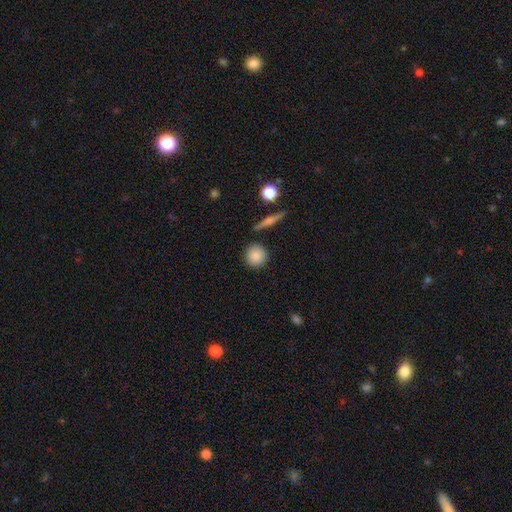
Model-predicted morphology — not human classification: smooth_or_featured: smooth (p=0.86) [alt: star or artifact p=0.08]
how_rounded: round (p=0.90) [alt: in between p=0.08]
merging: none (p=0.86) [alt: minor disturbance p=0.08]